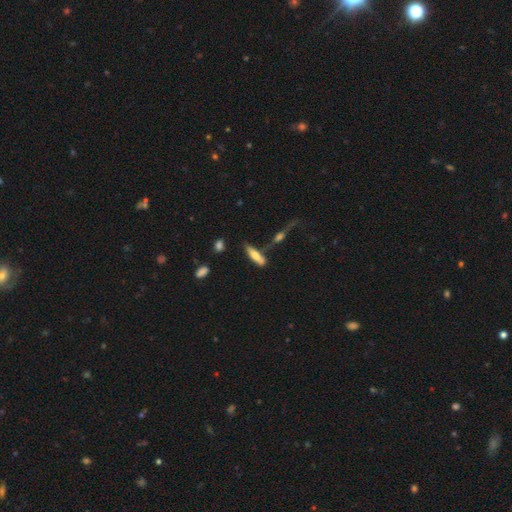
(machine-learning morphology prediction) Q: Smooth or featured?
A: smooth (60%); runner-up: featured or disk (33%)
Q: How rounded?
A: cigar-shaped (60%); runner-up: in between (38%)
Q: Merging?
A: none (52%); runner-up: minor disturbance (20%)